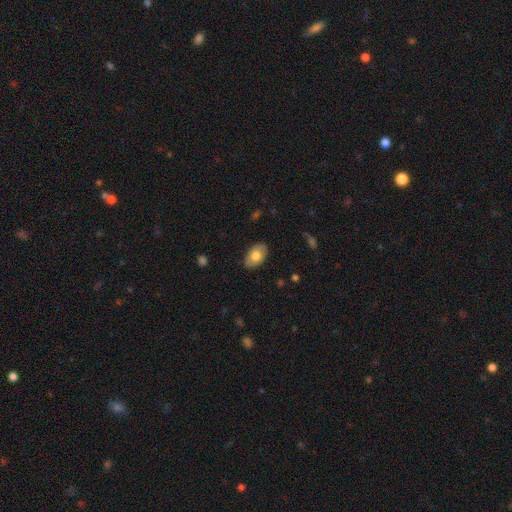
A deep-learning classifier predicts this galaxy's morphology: Smooth or featured? Predicted: smooth (p=0.73). How rounded? Predicted: in between (p=0.92). Merging? Predicted: none (p=0.85).